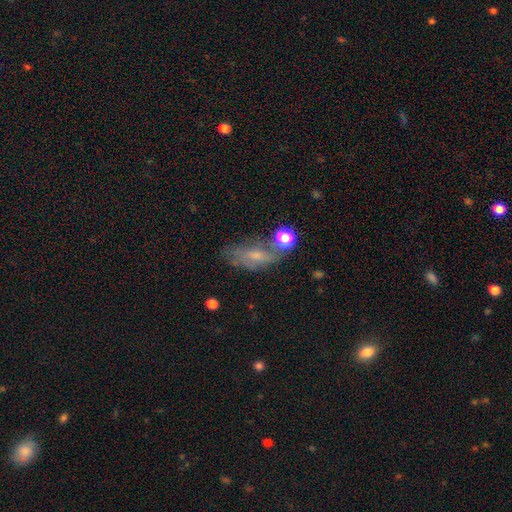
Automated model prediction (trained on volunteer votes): This appears to be a smooth galaxy with no disk features (49%). Merging: none (41%).